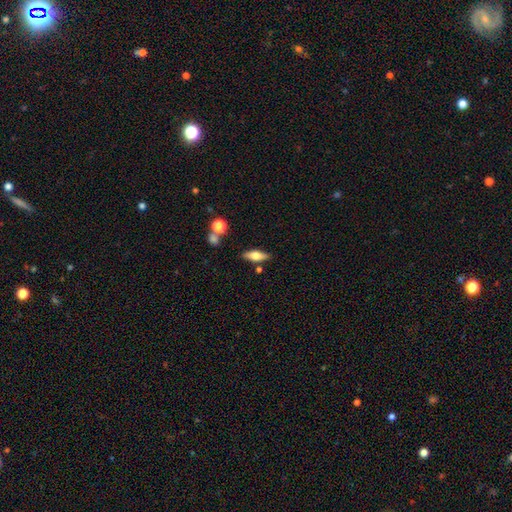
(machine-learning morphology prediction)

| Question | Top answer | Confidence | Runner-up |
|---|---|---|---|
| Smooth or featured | smooth | 53% | featured or disk (39%) |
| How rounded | in between | 63% | cigar-shaped (33%) |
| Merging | none | 79% | minor disturbance (12%) |